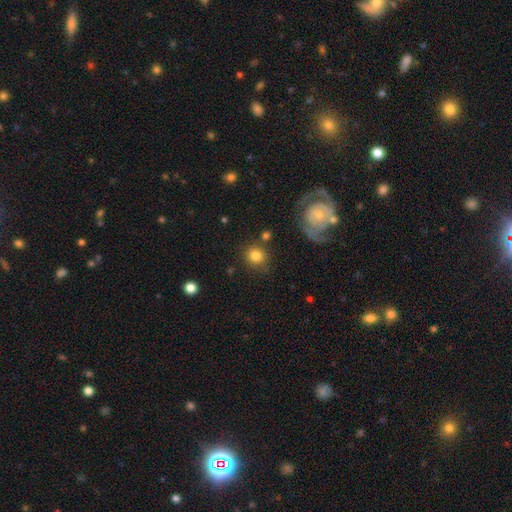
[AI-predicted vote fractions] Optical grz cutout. It shows a smooth galaxy with no disk features (82%) that is round (88%). Merging: none (78%).